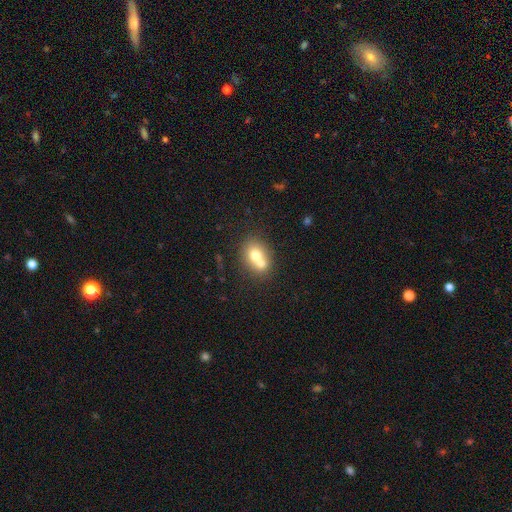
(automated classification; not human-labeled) Smooth or featured: smooth — 67% (featured or disk — 23%)
How rounded: round — 55% (in between — 44%)
Merging: merger — 56% (none — 33%)